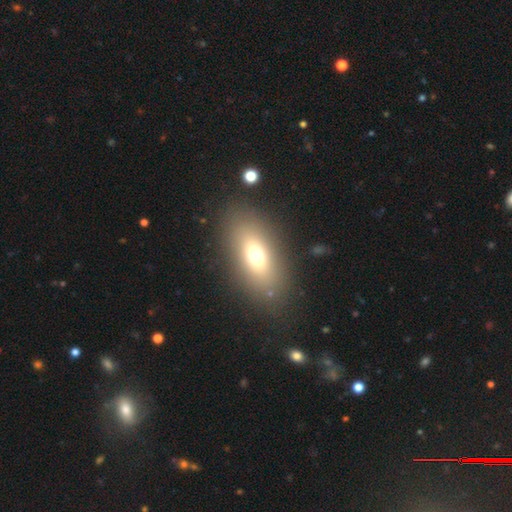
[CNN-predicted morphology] Overall: smooth (67%). How rounded: in between (81%). Merging: none (83%).